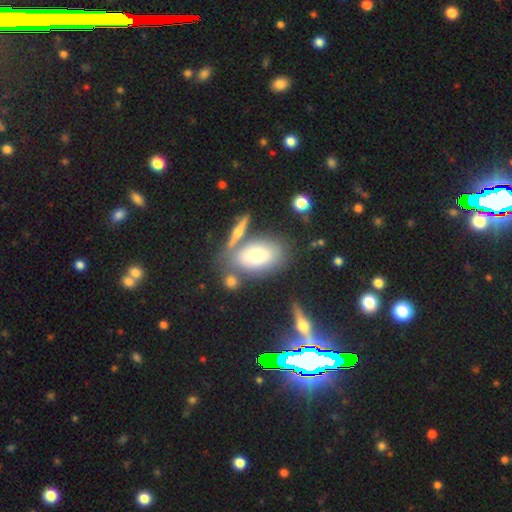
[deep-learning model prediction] smooth_or_featured: smooth (p=0.69) [alt: featured or disk p=0.22]
how_rounded: in between (p=0.87) [alt: round p=0.08]
merging: none (p=0.56) [alt: merger p=0.22]